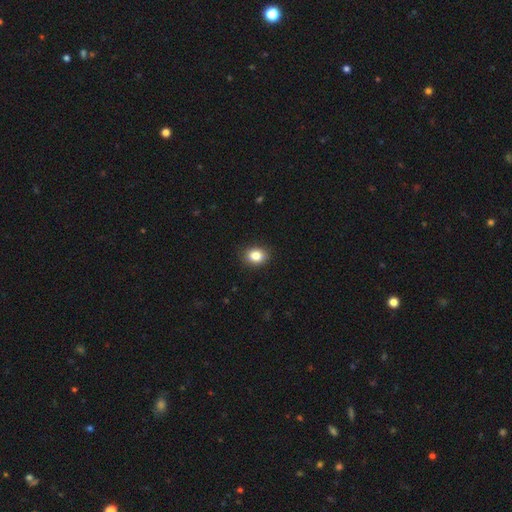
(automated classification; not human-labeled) The model was most divided on "how rounded": round: 52%, in between: 47%, cigar-shaped: 1%. More confident: merging — none (89%); smooth or featured — smooth (84%).